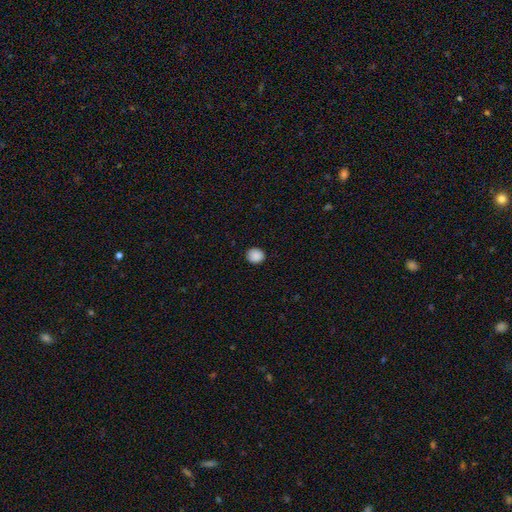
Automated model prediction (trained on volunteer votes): smooth-or-featured: smooth: 89% | star or artifact: 9% | featured or disk: 3%
  how-rounded: round: 78% | in between: 22% | cigar-shaped: 1%
  merging: none: 89% | minor disturbance: 8% | major disturbance: 2% | merger: 1%